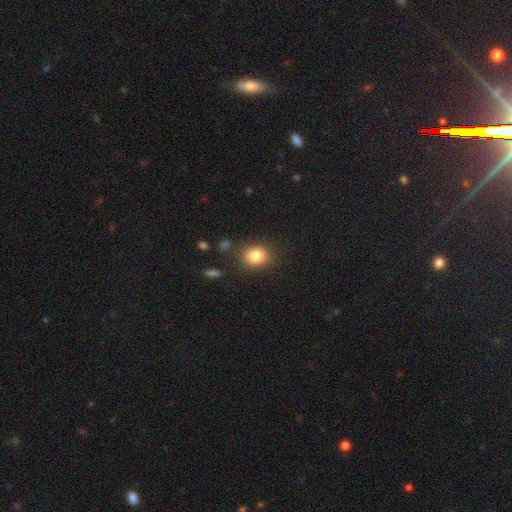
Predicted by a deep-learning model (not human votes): A smooth galaxy with no disk features (83%) that is round (56%).

Vote fractions:
- Smooth or featured? smooth: 83% / star or artifact: 10% / featured or disk: 7%
- How rounded? round: 56% / in between: 43% / cigar-shaped: 1%
- Merging? none: 83% / minor disturbance: 10% / major disturbance: 3% / merger: 3%